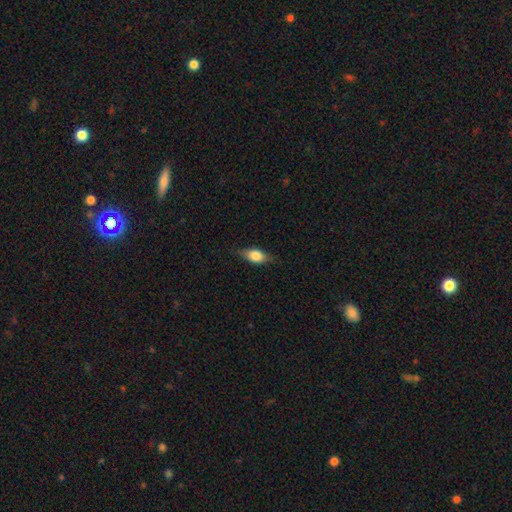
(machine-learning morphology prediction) A smooth galaxy with no disk features (68%) that is in between round and cigar-shaped (78%). Merging: none (80%).